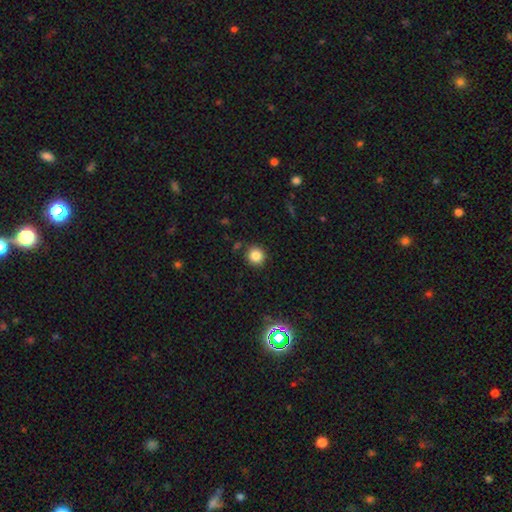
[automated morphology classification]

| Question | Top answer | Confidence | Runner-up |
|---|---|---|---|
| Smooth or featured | smooth | 82% | star or artifact (12%) |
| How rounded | round | 93% | in between (6%) |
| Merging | none | 88% | minor disturbance (7%) |